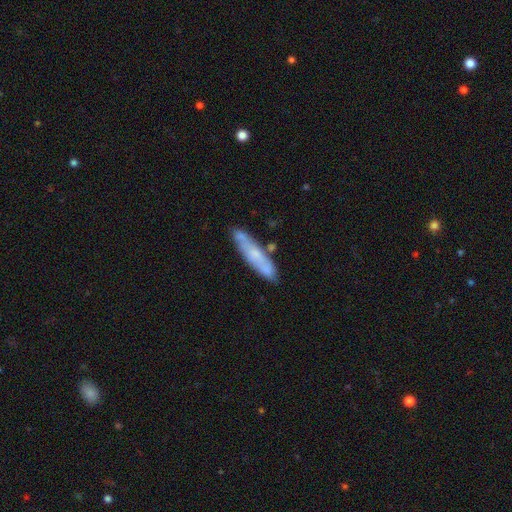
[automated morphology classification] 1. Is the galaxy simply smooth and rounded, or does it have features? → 48% smooth, 45% featured or disk, 7% star or artifact.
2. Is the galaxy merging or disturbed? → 73% none, 17% minor disturbance, 7% merger, 4% major disturbance.